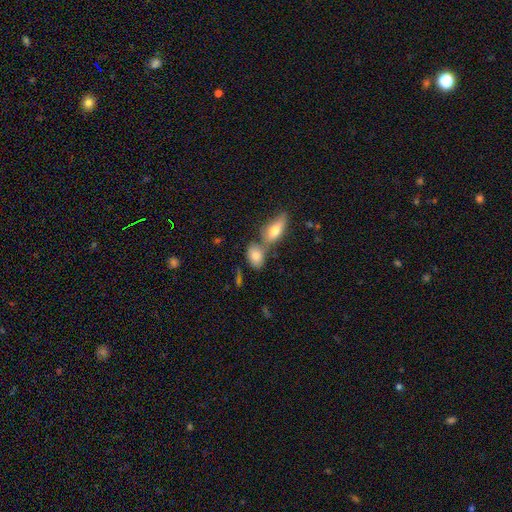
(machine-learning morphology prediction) A smooth galaxy with no disk features (79%) that is in between round and cigar-shaped (84%).

Vote fractions:
- Smooth or featured? smooth: 79% / featured or disk: 13% / star or artifact: 7%
- How rounded? in between: 84% / round: 12% / cigar-shaped: 4%
- Merging? none: 46% / merger: 38% / minor disturbance: 12% / major disturbance: 4%